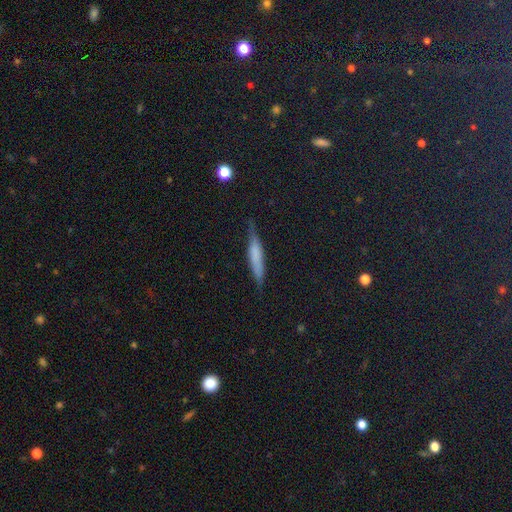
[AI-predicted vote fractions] Smooth or featured? Predicted: smooth (p=0.57). How rounded? Predicted: cigar-shaped (p=0.88). Merging? Predicted: none (p=0.77).